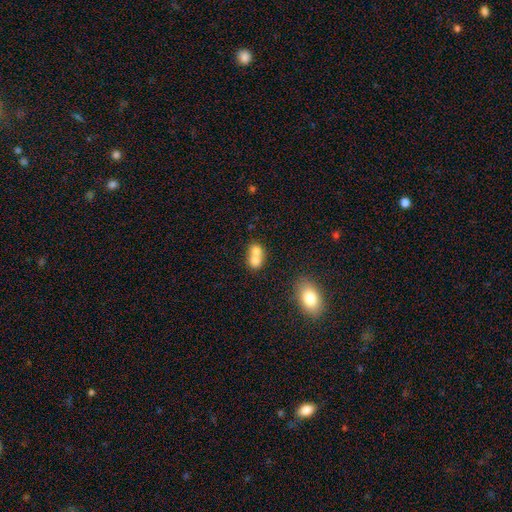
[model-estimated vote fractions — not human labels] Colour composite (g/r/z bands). It shows a smooth galaxy with no disk features (72%) that is round (53%). Merging: merger (71%).